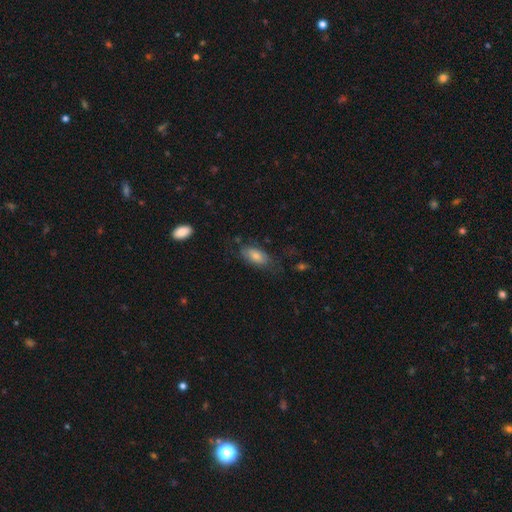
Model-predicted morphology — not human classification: Overall: smooth (69%). How rounded: in between (87%). Merging: none (64%).